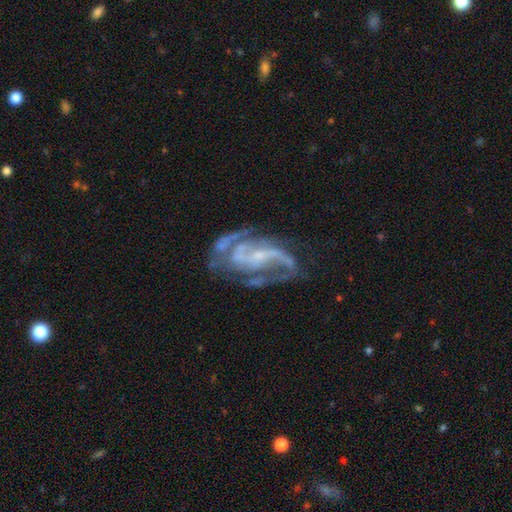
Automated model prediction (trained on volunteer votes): Smooth or featured? featured or disk (88%)
Edge-on disk? no (96%)
Bar? weak (40%)
Spiral arms? yes (94%)
Spiral winding? medium (51%)
Spiral arm count? 2 (60%)
Bulge size? small (70%)
Merging? none (53%)